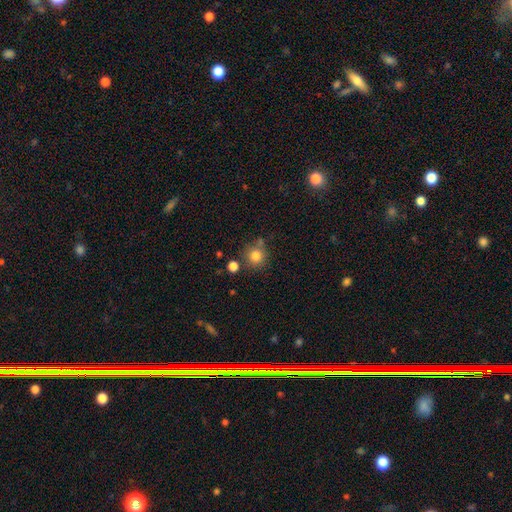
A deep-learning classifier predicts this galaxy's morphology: Q: Smooth or featured?
A: smooth (82%); runner-up: star or artifact (12%)
Q: How rounded?
A: round (92%); runner-up: in between (8%)
Q: Merging?
A: none (73%); runner-up: minor disturbance (13%)